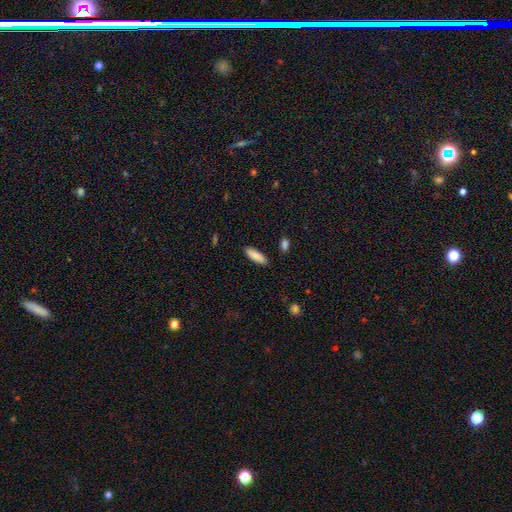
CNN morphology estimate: smooth_or_featured: smooth (p=0.88) [alt: star or artifact p=0.06]
how_rounded: in between (p=0.51) [alt: cigar-shaped p=0.48]
merging: none (p=0.88) [alt: minor disturbance p=0.09]